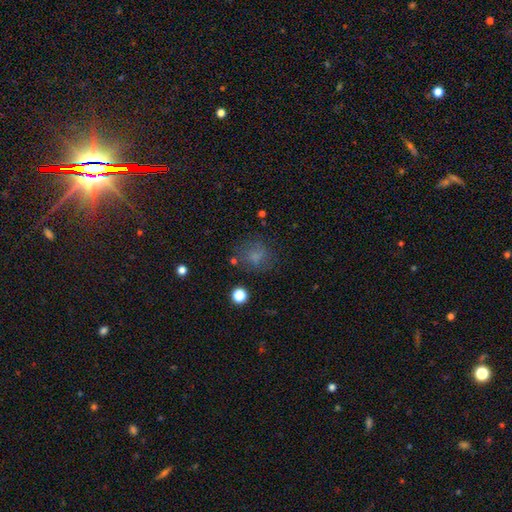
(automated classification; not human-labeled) Smooth or featured? smooth (65%)
How rounded? round (71%)
Merging? none (64%)